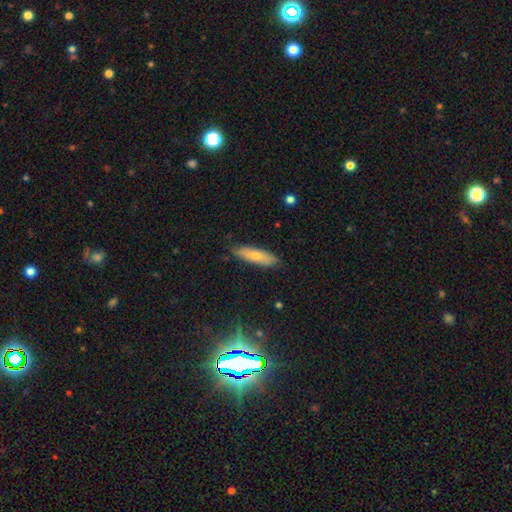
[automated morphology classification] Smooth or featured: smooth — 71% (featured or disk — 23%)
How rounded: cigar-shaped — 58% (in between — 40%)
Merging: none — 83% (minor disturbance — 13%)